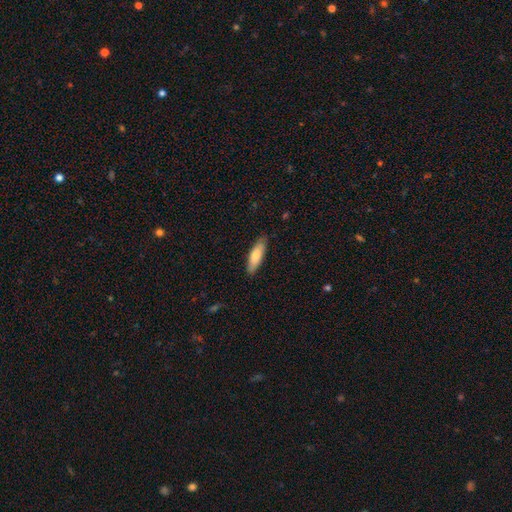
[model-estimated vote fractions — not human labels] Q: Smooth or featured?
A: smooth (78%); runner-up: featured or disk (17%)
Q: How rounded?
A: cigar-shaped (55%); runner-up: in between (44%)
Q: Merging?
A: none (85%); runner-up: minor disturbance (12%)